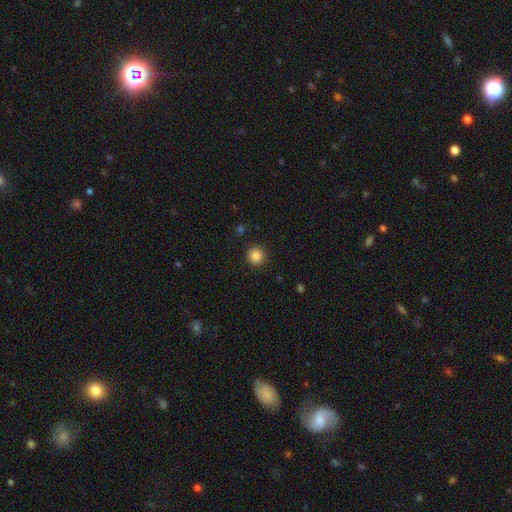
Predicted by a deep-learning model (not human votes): Overall: smooth (87%). How rounded: round (93%). Merging: none (91%).